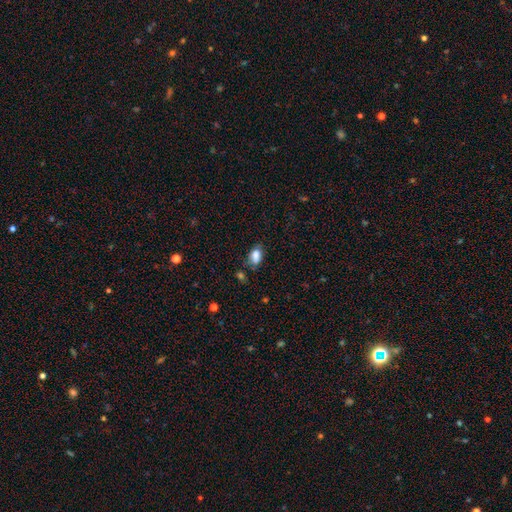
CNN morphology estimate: Smooth or featured: smooth — 80% (star or artifact — 11%)
How rounded: in between — 88% (round — 9%)
Merging: none — 57% (minor disturbance — 26%)